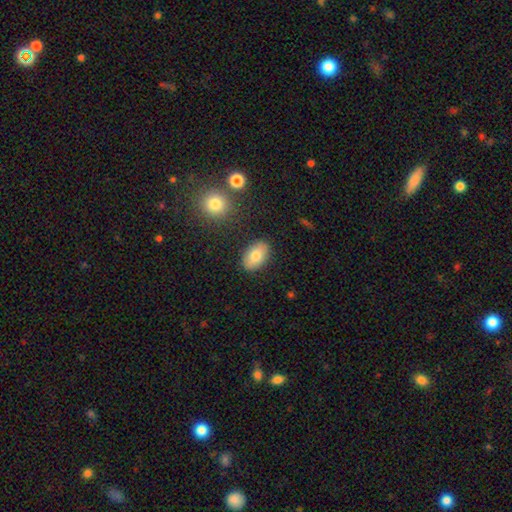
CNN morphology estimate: Smooth or featured?
  - smooth: 78% *
  - featured or disk: 14%
  - star or artifact: 7%
How rounded?
  - in between: 91% *
  - round: 8%
  - cigar-shaped: 1%
Merging?
  - none: 86% *
  - minor disturbance: 10%
  - major disturbance: 2%
  - merger: 2%